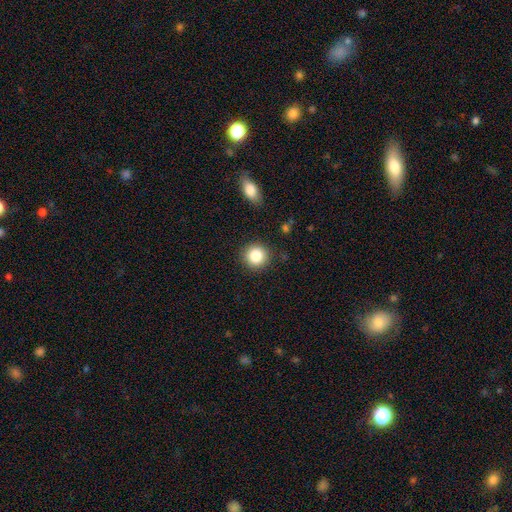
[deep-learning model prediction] This is clearly a smooth galaxy (85%). How rounded: clearly round (92%). Merging: clearly none (88%).